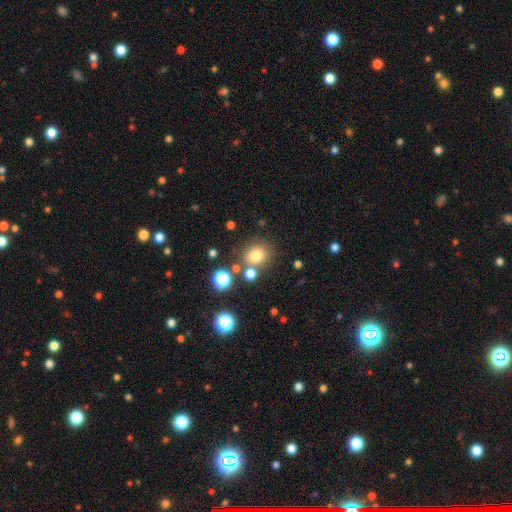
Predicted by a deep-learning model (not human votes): Smooth or featured: smooth — 75% (star or artifact — 16%)
How rounded: round — 78% (in between — 21%)
Merging: none — 74% (merger — 13%)